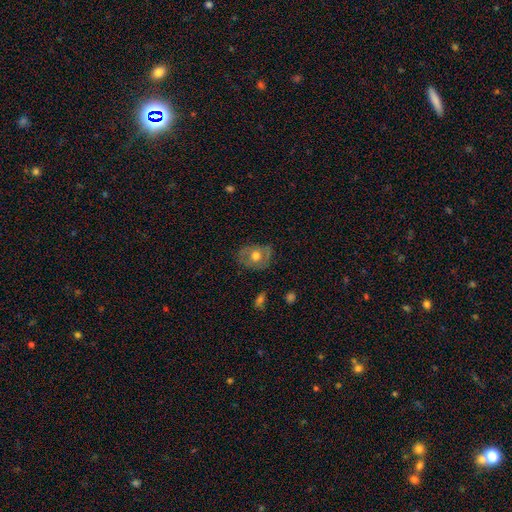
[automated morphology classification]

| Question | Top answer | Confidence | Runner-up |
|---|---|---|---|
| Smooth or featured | smooth | 48% | featured or disk (44%) |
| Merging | none | 73% | minor disturbance (19%) |